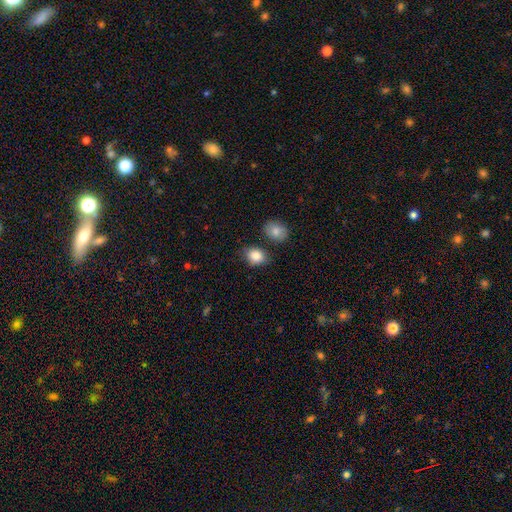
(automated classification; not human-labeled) Q: Smooth or featured?
A: smooth (86%); runner-up: star or artifact (8%)
Q: How rounded?
A: in between (65%); runner-up: round (34%)
Q: Merging?
A: none (71%); runner-up: minor disturbance (17%)